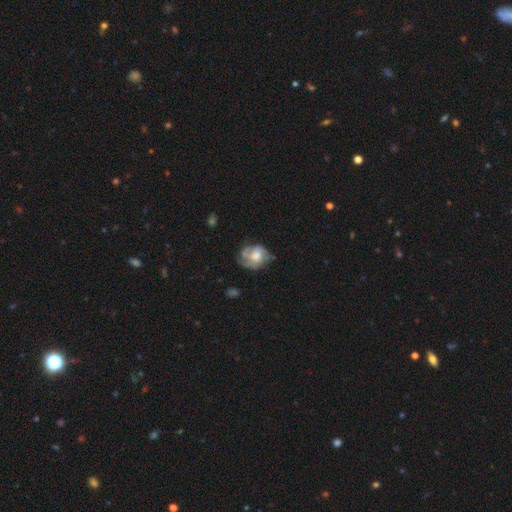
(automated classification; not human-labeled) Morphology: type=featured or disk (55%); edge-on=no (97%); bar=no (77%); spiral arms=yes (63%); bulge=moderate (43%); merging=none (46%).